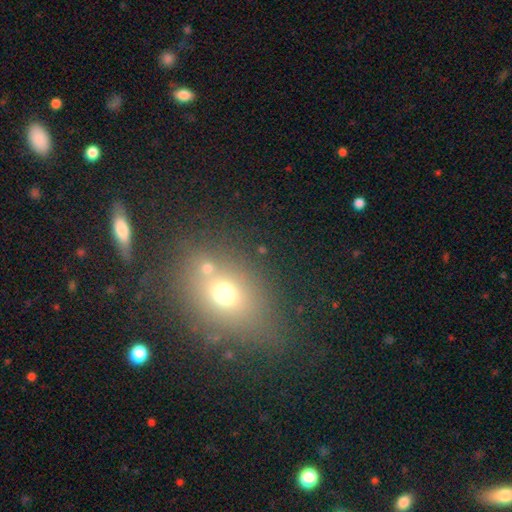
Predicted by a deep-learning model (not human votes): Overall: smooth (60%; star or artifact 22%). How rounded: in between (57%; round 41%). Merging: none (62%).